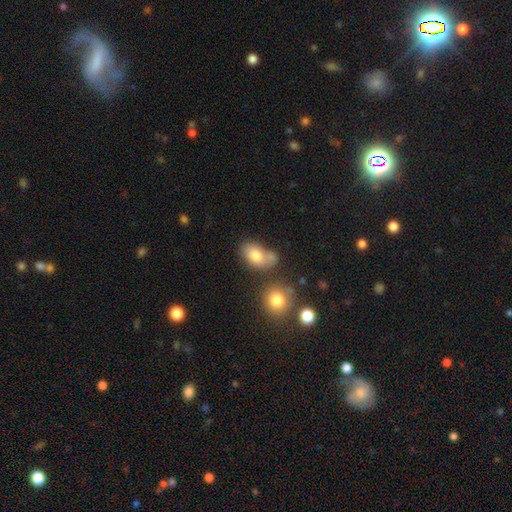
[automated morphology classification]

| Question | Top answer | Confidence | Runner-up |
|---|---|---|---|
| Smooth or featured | smooth | 77% | featured or disk (14%) |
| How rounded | in between | 82% | round (16%) |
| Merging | none | 45% | merger (28%) |